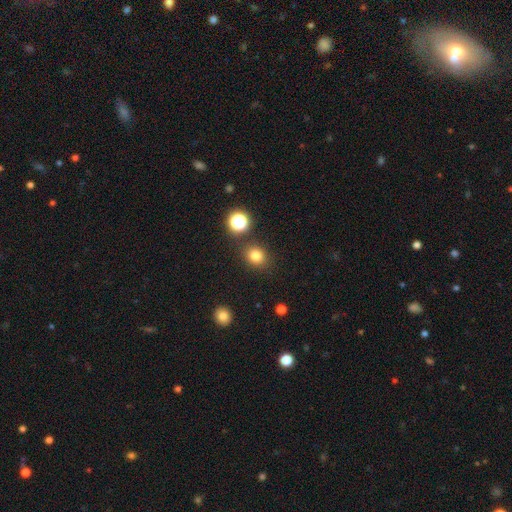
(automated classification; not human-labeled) Morphology: type=smooth (78%); roundness=round (73%); merging=none (85%).